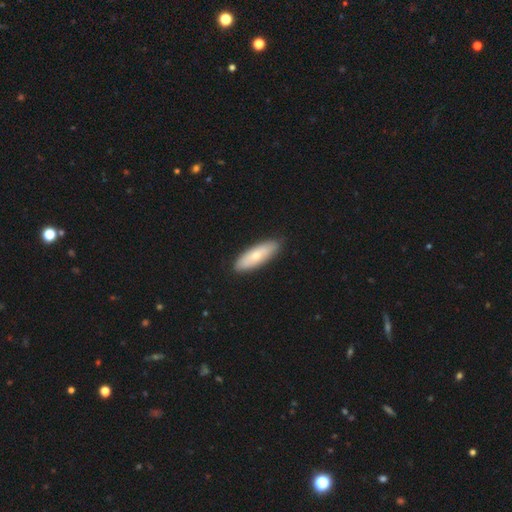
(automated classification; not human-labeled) smooth-or-featured: smooth: 65% | featured or disk: 30% | star or artifact: 5%
  how-rounded: in between: 59% | cigar-shaped: 39% | round: 2%
  merging: none: 88% | minor disturbance: 9% | major disturbance: 2% | merger: 1%